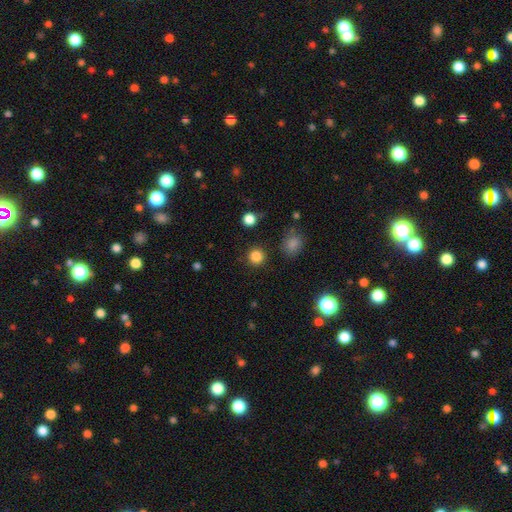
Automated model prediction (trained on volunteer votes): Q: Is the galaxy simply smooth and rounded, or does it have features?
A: smooth — 84%.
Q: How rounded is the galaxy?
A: round — 94%.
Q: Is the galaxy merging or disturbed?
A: none — 90%.